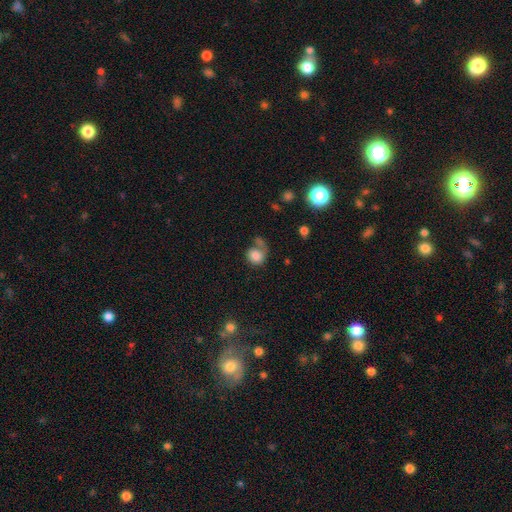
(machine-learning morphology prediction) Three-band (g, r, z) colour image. It shows a smooth galaxy with no disk features (77%) that is round (72%). Merging: none (39%).